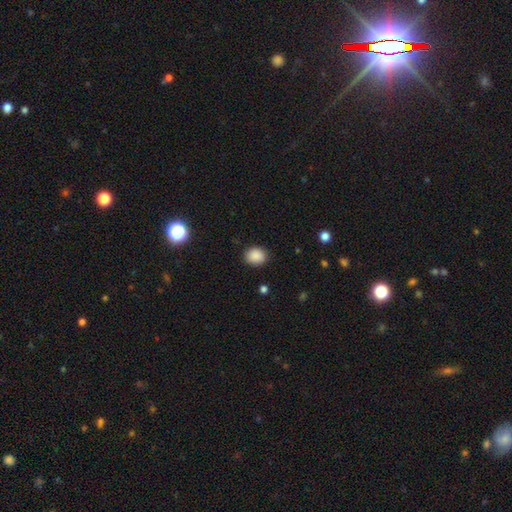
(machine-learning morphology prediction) Overall: smooth (88%). How rounded: round (58%; in between 41%). Merging: none (87%).